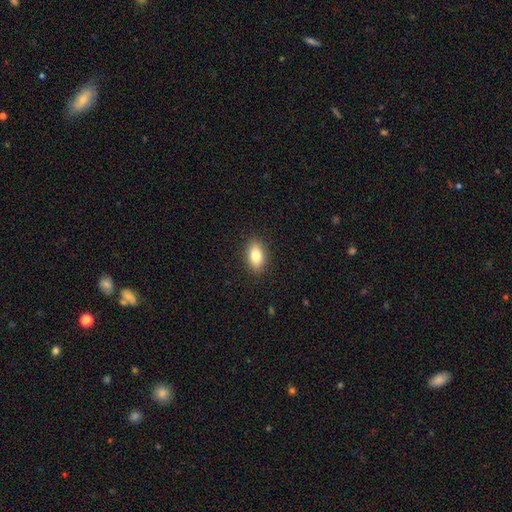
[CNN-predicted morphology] type=smooth (80%); roundness=in between (86%); merging=none (89%).